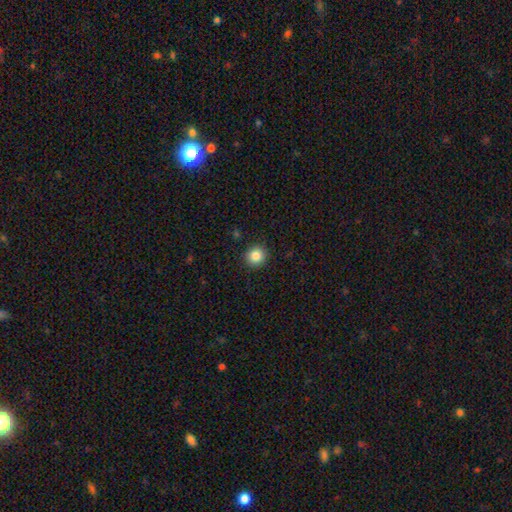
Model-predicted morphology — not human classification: Smooth or featured?
  - smooth: 85% *
  - star or artifact: 10%
  - featured or disk: 5%
How rounded?
  - round: 91% *
  - in between: 8%
  - cigar-shaped: 1%
Merging?
  - none: 91% *
  - minor disturbance: 6%
  - major disturbance: 2%
  - merger: 1%